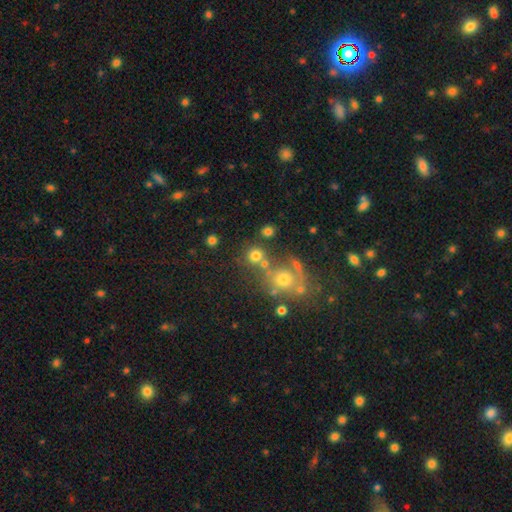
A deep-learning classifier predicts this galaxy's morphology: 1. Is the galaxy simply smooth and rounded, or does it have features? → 75% smooth, 15% star or artifact, 10% featured or disk.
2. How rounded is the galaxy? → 89% round, 10% in between, 1% cigar-shaped.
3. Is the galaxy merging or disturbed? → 67% none, 18% merger, 9% minor disturbance, 5% major disturbance.